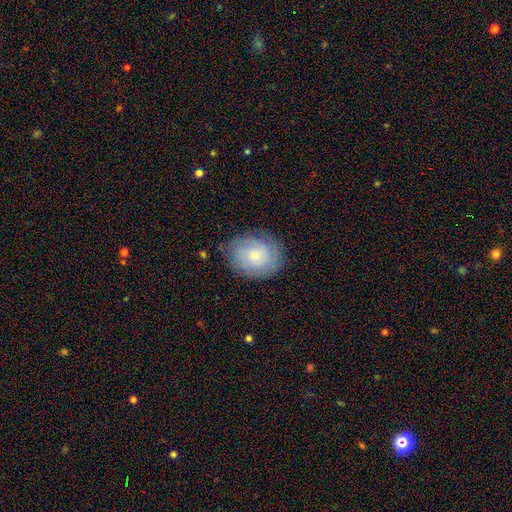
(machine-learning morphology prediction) Smooth or featured?
  - smooth: 56% *
  - featured or disk: 36%
  - star or artifact: 8%
How rounded?
  - round: 57% *
  - in between: 42%
  - cigar-shaped: 1%
Merging?
  - none: 77% *
  - minor disturbance: 16%
  - major disturbance: 5%
  - merger: 1%